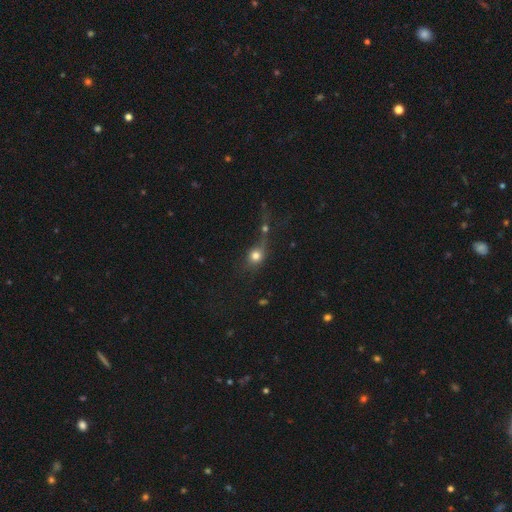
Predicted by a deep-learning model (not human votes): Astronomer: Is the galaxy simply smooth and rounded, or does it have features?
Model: smooth — 72%.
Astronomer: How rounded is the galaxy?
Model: round — 72%.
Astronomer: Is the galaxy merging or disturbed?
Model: none — 33% (runner-up: merger, 30%).